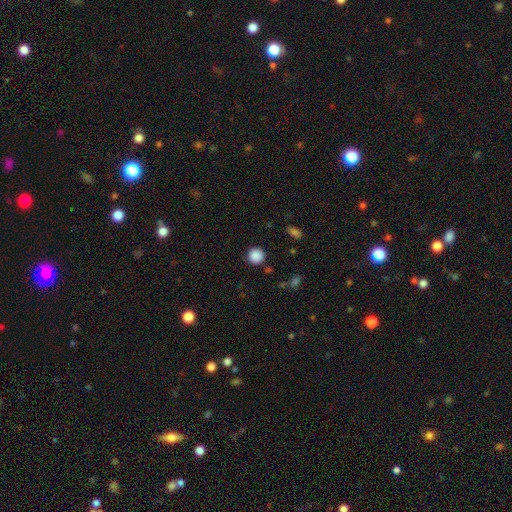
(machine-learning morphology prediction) Overall: smooth (88%). How rounded: round (94%). Merging: none (89%).